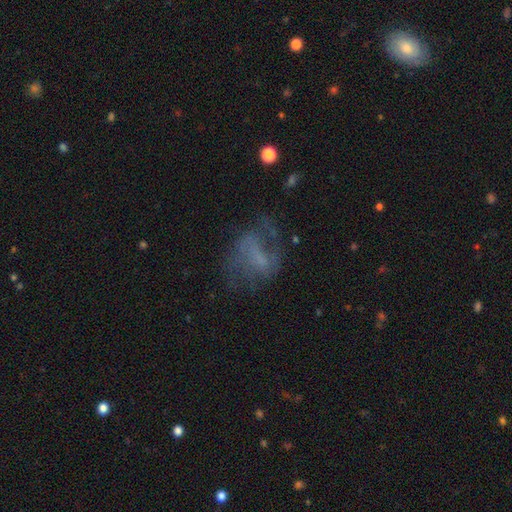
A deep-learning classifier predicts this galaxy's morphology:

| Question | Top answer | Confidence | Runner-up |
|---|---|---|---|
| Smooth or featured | featured or disk | 54% | smooth (30%) |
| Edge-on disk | no | 96% | yes (4%) |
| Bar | no | 50% | weak (35%) |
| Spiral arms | yes | 50% | tied: no (50%) |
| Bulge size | none | 58% | small (24%) |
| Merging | none | 45% | major disturbance (32%) |